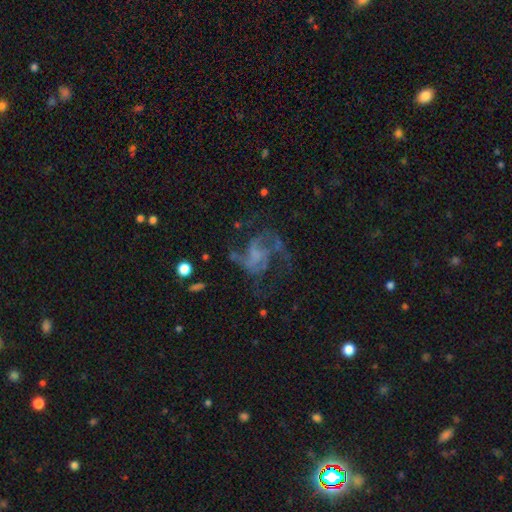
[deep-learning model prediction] Smooth or featured? Predicted: featured or disk (p=0.78). Edge-on disk? Predicted: no (p=0.98). Bar? Predicted: no (p=0.59). Spiral arms? Predicted: yes (p=0.86). Spiral winding? Predicted: medium (p=0.47). Spiral arm count? Predicted: 2 (p=0.38). Bulge size? Predicted: none (p=0.53). Merging? Predicted: none (p=0.46).